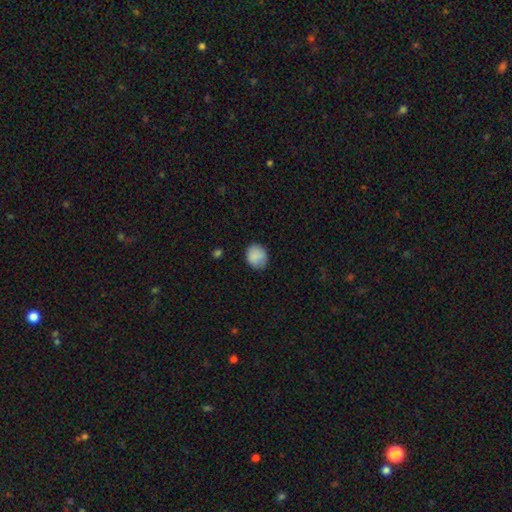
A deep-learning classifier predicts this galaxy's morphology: This is clearly a smooth galaxy (87%). How rounded: likely round (69%). Merging: clearly none (81%).